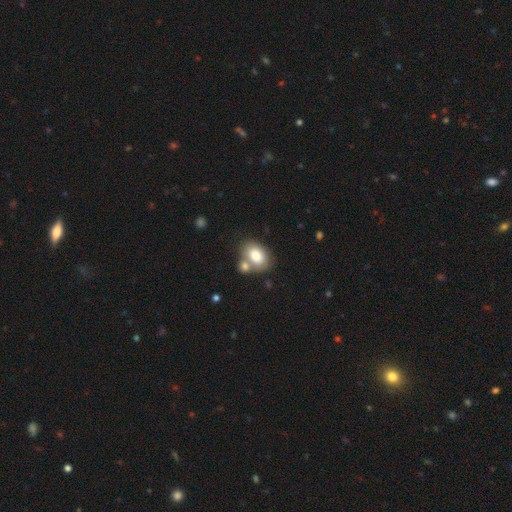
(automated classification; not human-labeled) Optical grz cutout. It shows a smooth galaxy with no disk features (81%) that is in between round and cigar-shaped (84%). Merging: none (53%).